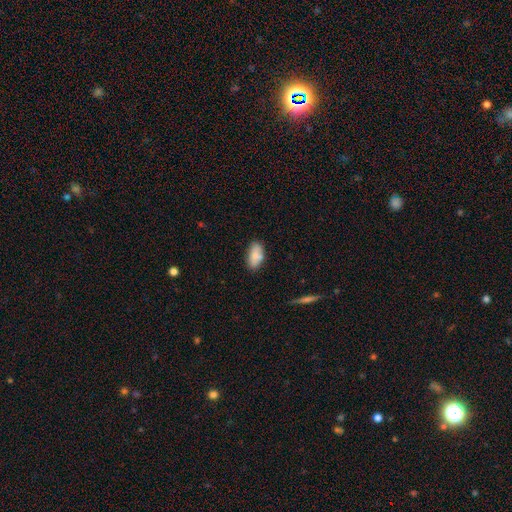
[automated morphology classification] smooth_or_featured: smooth (p=0.79) [alt: featured or disk p=0.14]
how_rounded: in between (p=0.92) [alt: cigar-shaped p=0.05]
merging: none (p=0.72) [alt: minor disturbance p=0.18]